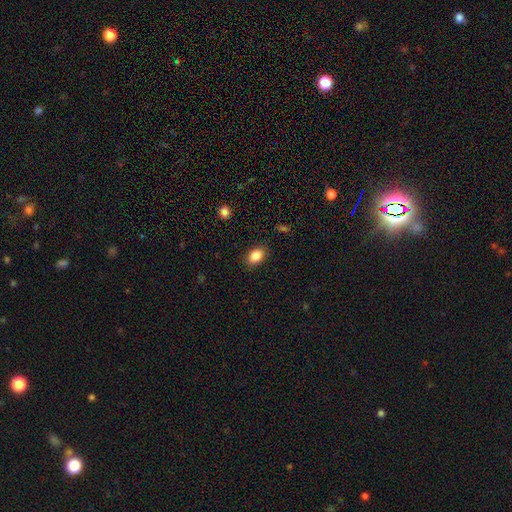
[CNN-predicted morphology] Smooth or featured? Predicted: smooth (p=0.87). How rounded? Predicted: in between (p=0.81). Merging? Predicted: none (p=0.87).